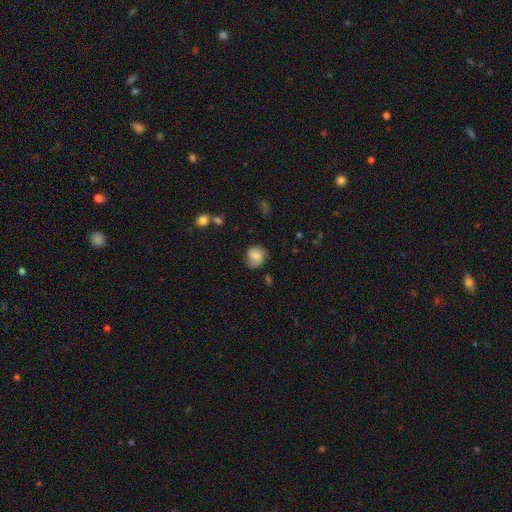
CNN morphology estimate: Overall: smooth (68%). How rounded: round (78%). Merging: none (71%).